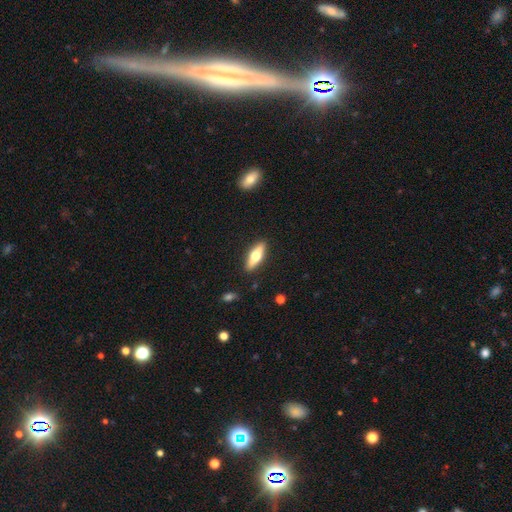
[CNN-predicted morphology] Smooth or featured?
  - smooth: 53% *
  - featured or disk: 41%
  - star or artifact: 6%
How rounded?
  - in between: 50% *
  - cigar-shaped: 48%
  - round: 3%
Merging?
  - none: 89% *
  - minor disturbance: 8%
  - major disturbance: 2%
  - merger: 1%